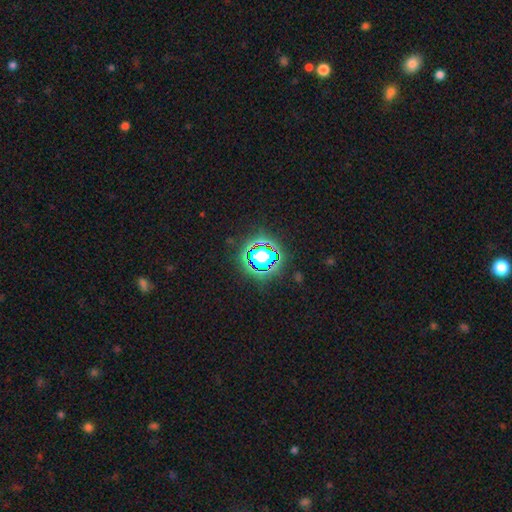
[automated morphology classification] A star or artifact, not a galaxy (81%).

Vote fractions:
- Smooth or featured? star or artifact: 81% / smooth: 12% / featured or disk: 7%